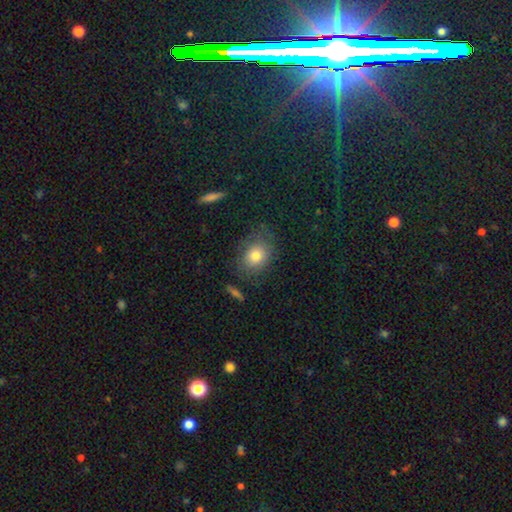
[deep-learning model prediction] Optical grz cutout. It shows a smooth galaxy with no disk features (75%) that is round (52%). Merging: none (69%).